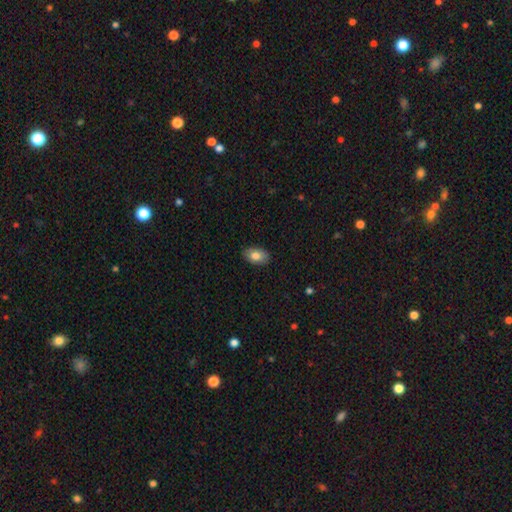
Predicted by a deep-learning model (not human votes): Morphology: type=smooth (82%); roundness=in between (91%); merging=none (88%).